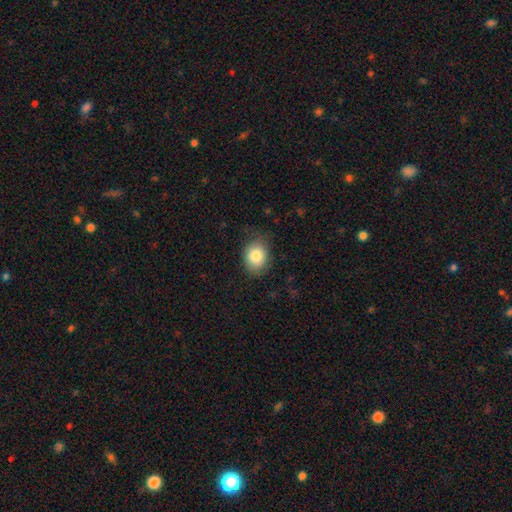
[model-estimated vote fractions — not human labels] Overall: smooth (84%). How rounded: in between (52%; round 47%). Merging: none (77%).